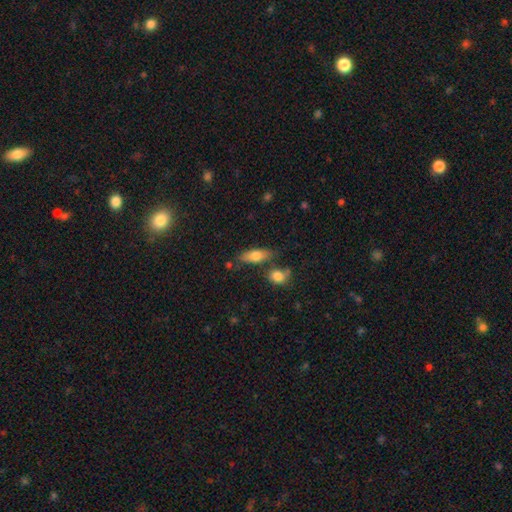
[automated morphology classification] Q: Smooth or featured?
A: smooth (71%); runner-up: featured or disk (21%)
Q: How rounded?
A: in between (66%); runner-up: cigar-shaped (29%)
Q: Merging?
A: none (69%); runner-up: minor disturbance (15%)